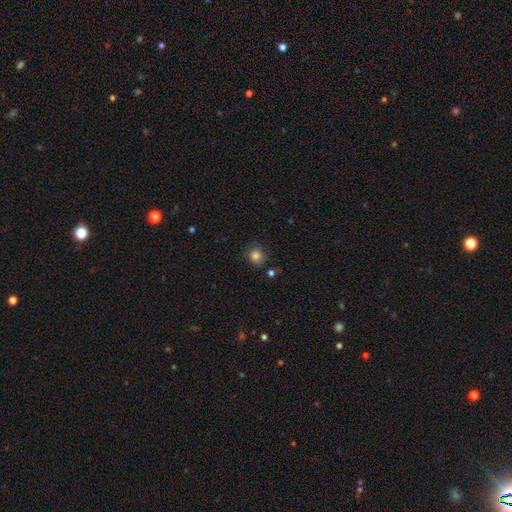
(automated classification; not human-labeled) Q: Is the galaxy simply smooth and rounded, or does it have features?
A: smooth — 83%.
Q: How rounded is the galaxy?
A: round — 87%.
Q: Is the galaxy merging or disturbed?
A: none — 81%.